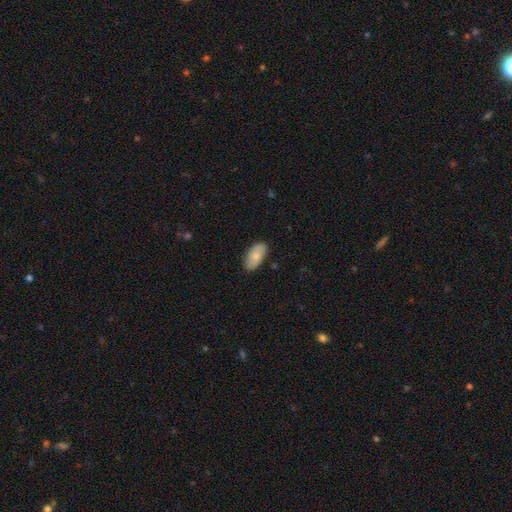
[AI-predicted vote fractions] Morphology: type=smooth (78%); roundness=in between (94%); merging=none (85%).